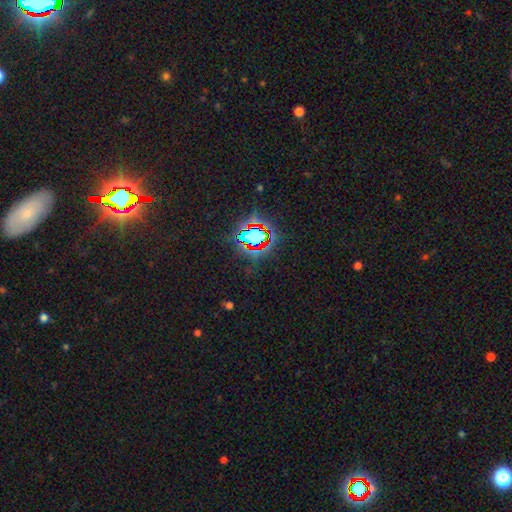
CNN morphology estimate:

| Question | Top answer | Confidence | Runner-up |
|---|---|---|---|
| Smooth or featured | star or artifact | 81% | smooth (11%) |